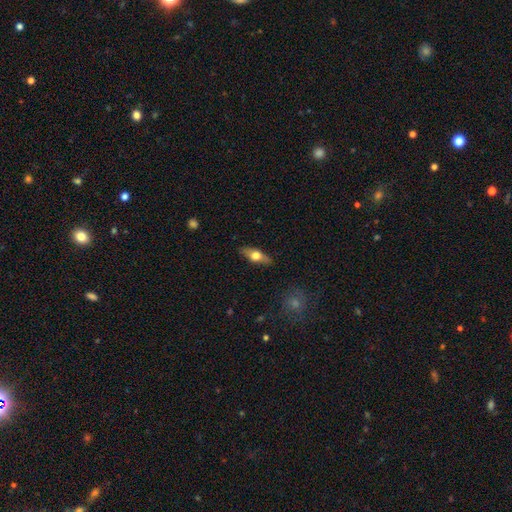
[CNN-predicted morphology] smooth-or-featured: smooth: 52% | featured or disk: 42% | star or artifact: 6%
  how-rounded: in between: 62% | cigar-shaped: 33% | round: 5%
  merging: none: 86% | minor disturbance: 11% | major disturbance: 2% | merger: 1%